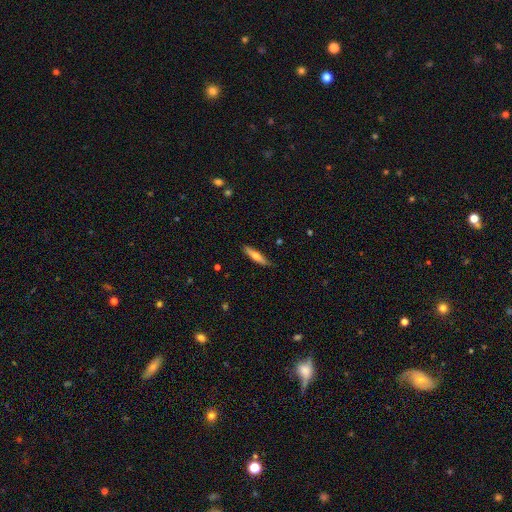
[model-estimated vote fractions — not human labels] Smooth or featured? smooth (57%)
How rounded? cigar-shaped (83%)
Merging? none (84%)